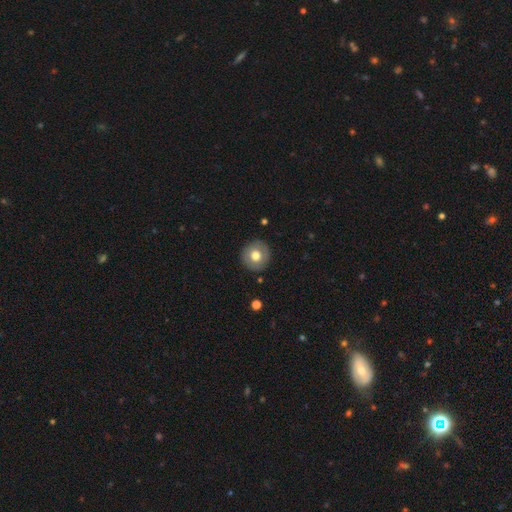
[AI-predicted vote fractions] Smooth or featured?
  - smooth: 70% *
  - featured or disk: 23%
  - star or artifact: 8%
How rounded?
  - round: 93% *
  - in between: 6%
  - cigar-shaped: 1%
Merging?
  - none: 90% *
  - minor disturbance: 7%
  - major disturbance: 2%
  - merger: 1%